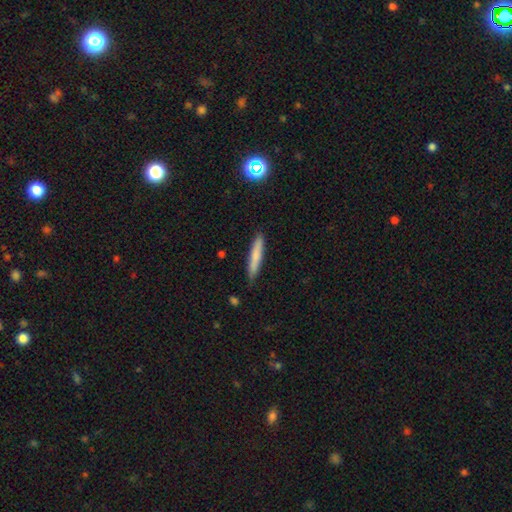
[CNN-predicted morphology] smooth_or_featured: smooth (p=0.76) [alt: featured or disk p=0.18]
how_rounded: cigar-shaped (p=0.93) [alt: in between p=0.06]
merging: none (p=0.86) [alt: minor disturbance p=0.11]